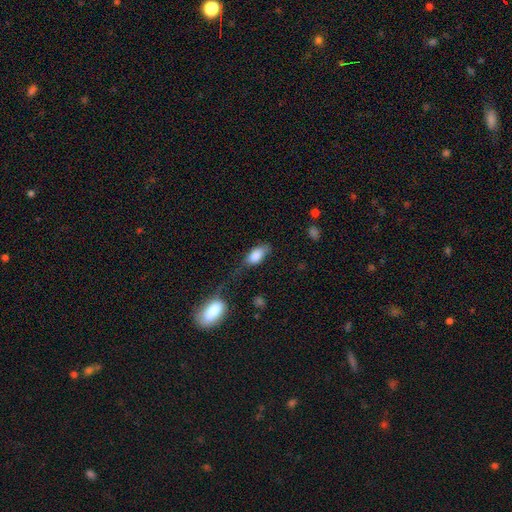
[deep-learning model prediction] smooth-or-featured: smooth: 83% | featured or disk: 10% | star or artifact: 7%
  how-rounded: in between: 88% | cigar-shaped: 8% | round: 4%
  merging: none: 45% | minor disturbance: 29% | major disturbance: 19% | merger: 7%